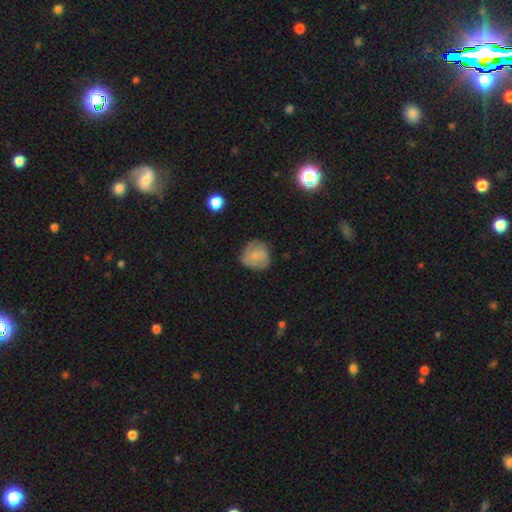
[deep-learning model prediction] The model was most divided on "smooth or featured": smooth: 65%, featured or disk: 27%, star or artifact: 9%. More confident: how rounded — round (83%); merging — none (66%).